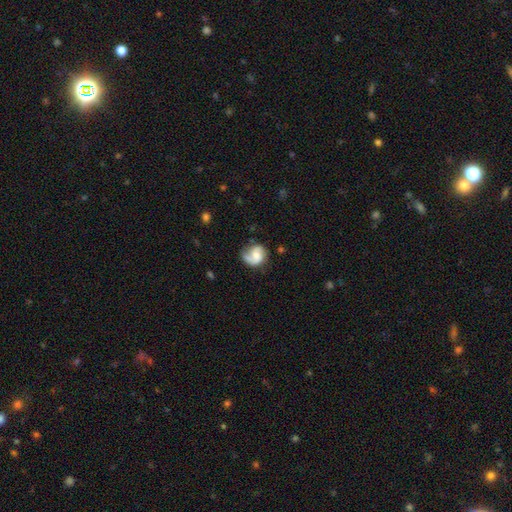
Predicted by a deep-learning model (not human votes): featured or disk 67%, smooth 27%, star or artifact 7%. Down the decision tree: edge-on disk — no (98%); bar — no (54%); spiral arms — yes (92%); spiral arm count — 2 (49%); spiral winding — medium (42%); bulge size — moderate (39%); merging — none (60%).